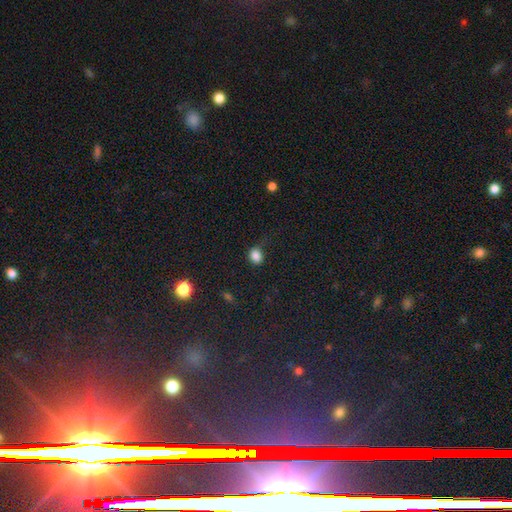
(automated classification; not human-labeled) Smooth or featured: smooth — 84% (star or artifact — 12%)
How rounded: round — 63% (in between — 35%)
Merging: none — 64% (minor disturbance — 25%)